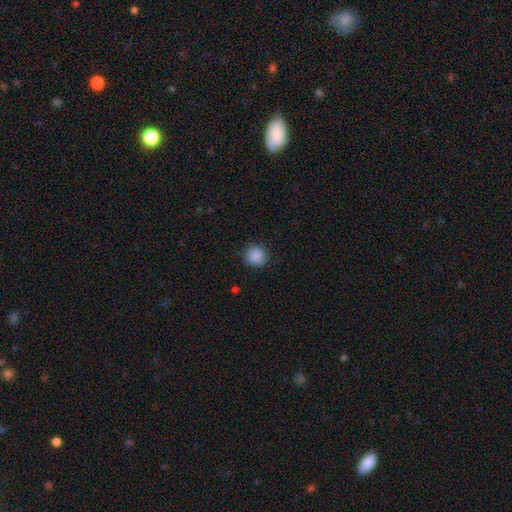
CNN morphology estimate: smooth-or-featured: smooth: 88% | star or artifact: 8% | featured or disk: 3%
  how-rounded: round: 88% | in between: 11% | cigar-shaped: 1%
  merging: none: 85% | minor disturbance: 11% | major disturbance: 3% | merger: 1%